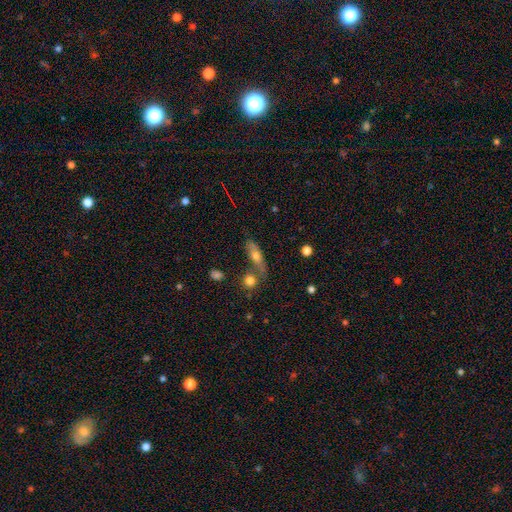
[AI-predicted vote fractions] smooth 61%, featured or disk 30%, star or artifact 9%. Down the decision tree: how rounded — in between (48%); merging — none (55%).